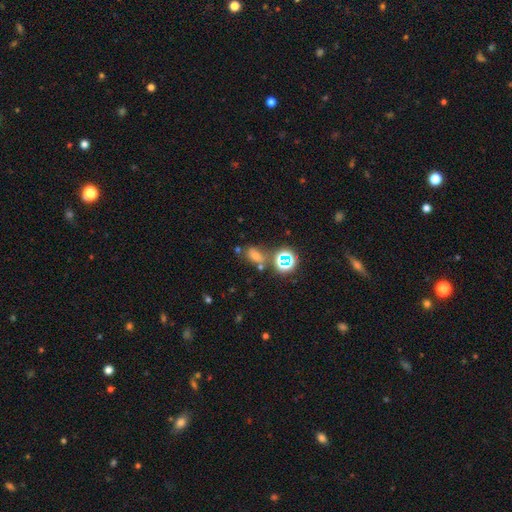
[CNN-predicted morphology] A star or artifact, not a galaxy (44%).

Vote fractions:
- Smooth or featured? star or artifact: 44% / smooth: 42% / featured or disk: 14%